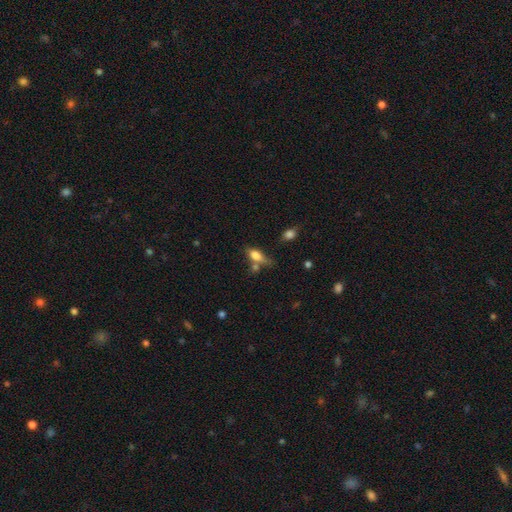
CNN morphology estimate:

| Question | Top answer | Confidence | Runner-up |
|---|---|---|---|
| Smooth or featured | smooth | 69% | featured or disk (21%) |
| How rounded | in between | 71% | cigar-shaped (22%) |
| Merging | none | 43% | merger (22%) |